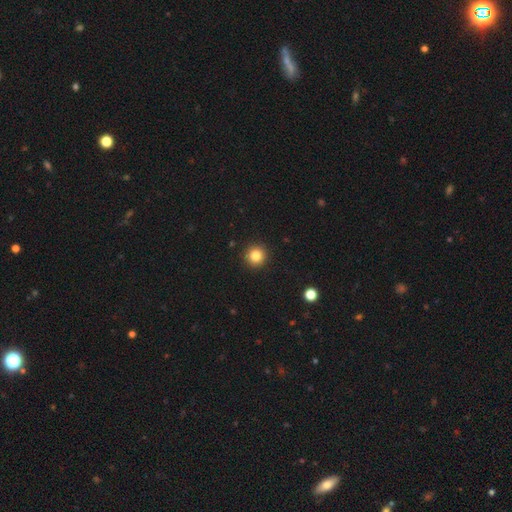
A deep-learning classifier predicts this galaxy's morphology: smooth 83%, star or artifact 11%, featured or disk 5%. Down the decision tree: how rounded — round (96%); merging — none (93%).